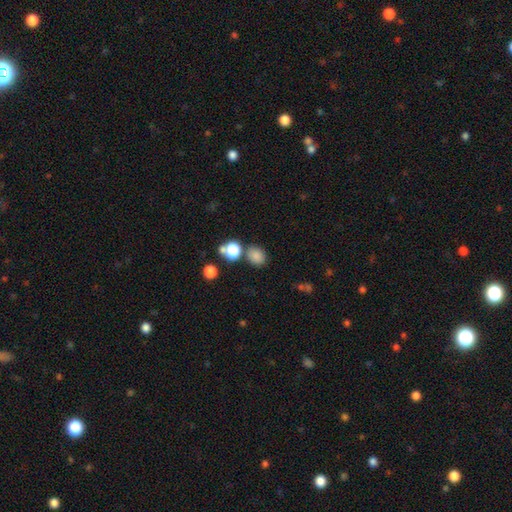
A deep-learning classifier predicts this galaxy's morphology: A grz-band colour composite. It shows a smooth galaxy with no disk features (80%) that is round (58%). Merging: none (73%).